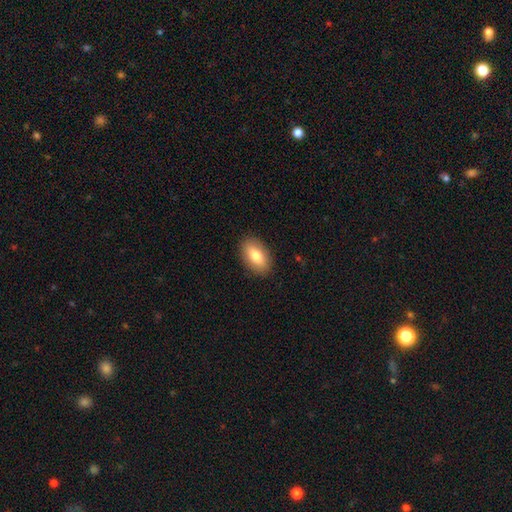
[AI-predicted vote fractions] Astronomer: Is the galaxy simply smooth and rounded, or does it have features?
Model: smooth — 80%.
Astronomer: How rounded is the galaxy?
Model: in between — 91%.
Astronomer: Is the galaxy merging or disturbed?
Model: none — 88%.